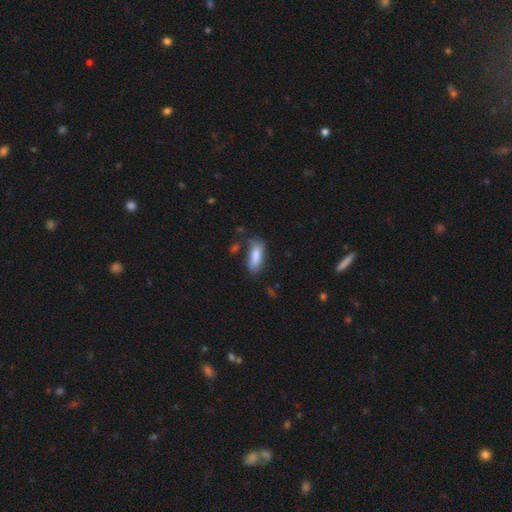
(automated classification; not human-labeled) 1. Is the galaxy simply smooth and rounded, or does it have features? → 81% smooth, 12% featured or disk, 7% star or artifact.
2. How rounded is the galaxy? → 72% in between, 26% cigar-shaped, 2% round.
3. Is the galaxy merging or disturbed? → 56% none, 28% minor disturbance, 10% major disturbance, 5% merger.